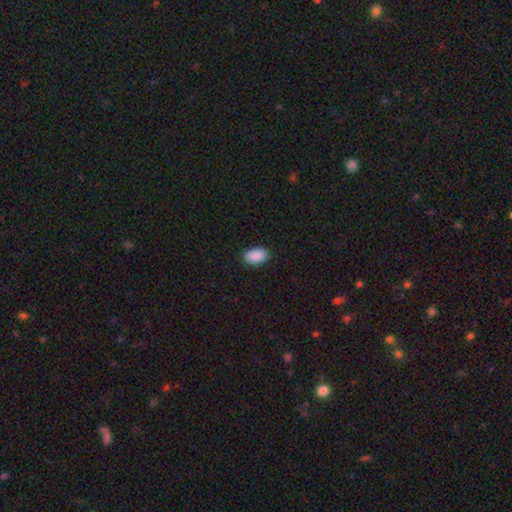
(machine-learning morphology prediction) This appears to be a smooth galaxy with no disk features (91%) that is in between round and cigar-shaped (93%). Merging: none (88%).